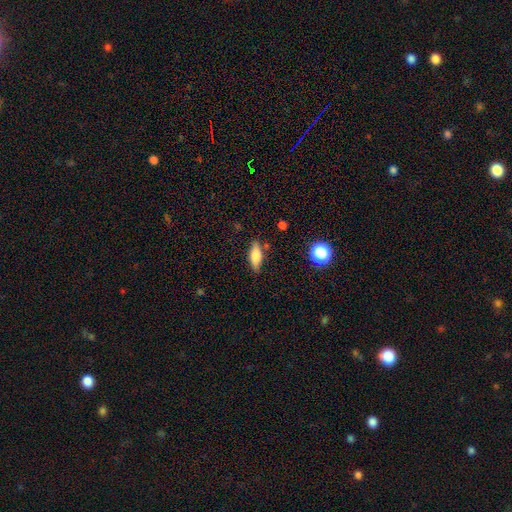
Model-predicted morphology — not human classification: Overall: smooth (75%). How rounded: in between (66%; cigar-shaped 30%). Merging: none (80%).